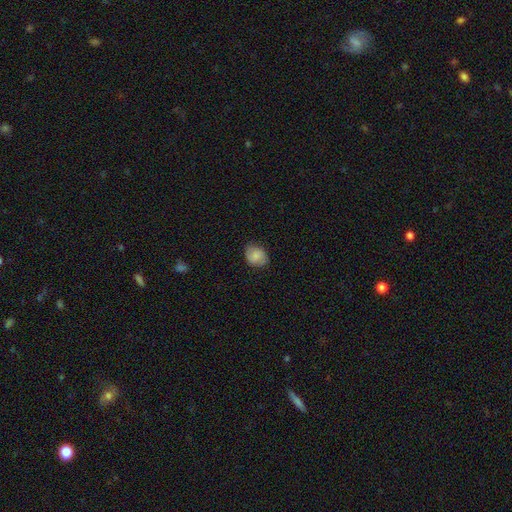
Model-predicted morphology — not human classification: Smooth or featured: smooth — 75% (featured or disk — 17%)
How rounded: round — 51% (in between — 48%)
Merging: none — 77% (minor disturbance — 18%)